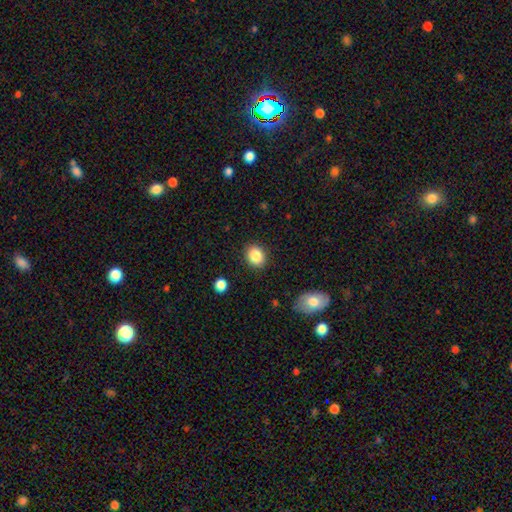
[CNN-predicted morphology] smooth 86%, star or artifact 9%, featured or disk 5%. Down the decision tree: how rounded — round (60%); merging — none (89%).